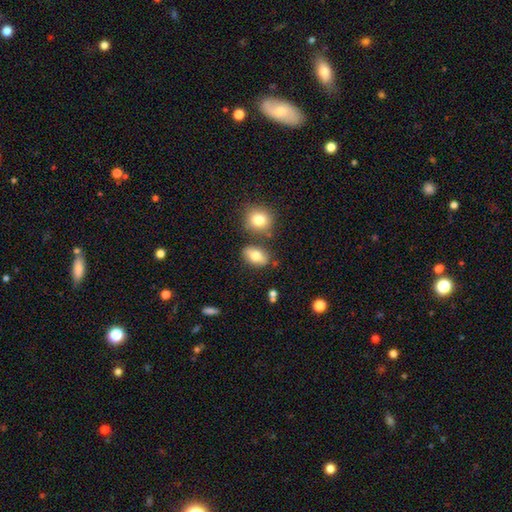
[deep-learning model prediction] smooth-or-featured: smooth: 76% | featured or disk: 15% | star or artifact: 9%
  how-rounded: in between: 84% | round: 13% | cigar-shaped: 3%
  merging: none: 75% | minor disturbance: 13% | merger: 9% | major disturbance: 3%